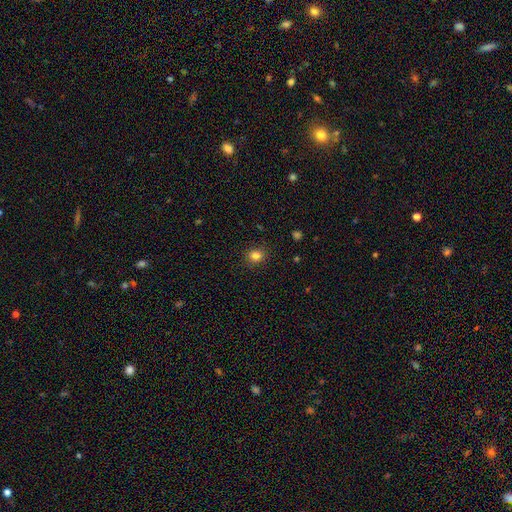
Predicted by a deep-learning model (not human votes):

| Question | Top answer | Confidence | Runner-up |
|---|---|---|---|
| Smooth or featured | smooth | 83% | star or artifact (12%) |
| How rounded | round | 73% | in between (26%) |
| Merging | none | 89% | minor disturbance (8%) |